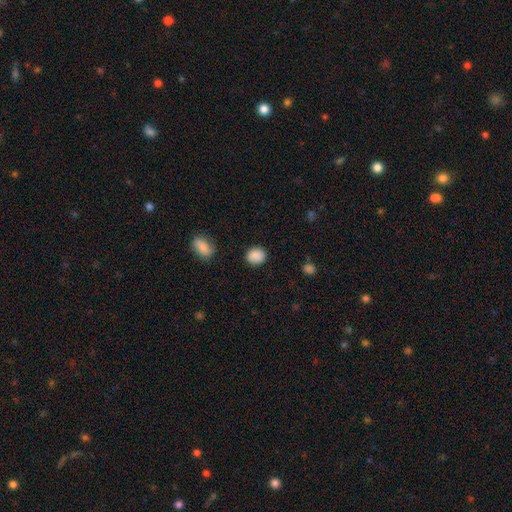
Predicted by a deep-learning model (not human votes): A smooth galaxy with no disk features (87%) that is round (66%).

Vote fractions:
- Smooth or featured? smooth: 87% / star or artifact: 9% / featured or disk: 4%
- How rounded? round: 66% / in between: 33% / cigar-shaped: 1%
- Merging? none: 84% / minor disturbance: 11% / major disturbance: 3% / merger: 2%